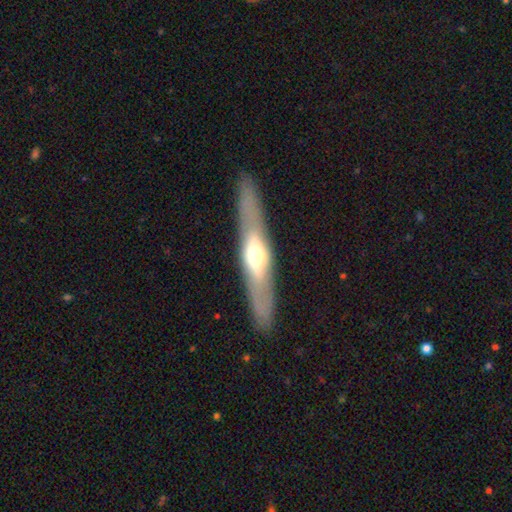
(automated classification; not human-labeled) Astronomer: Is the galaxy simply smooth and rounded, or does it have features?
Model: featured or disk — 59% (runner-up: smooth, 35%).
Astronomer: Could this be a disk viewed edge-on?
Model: yes — 78%.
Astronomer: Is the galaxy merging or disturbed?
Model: none — 87%.